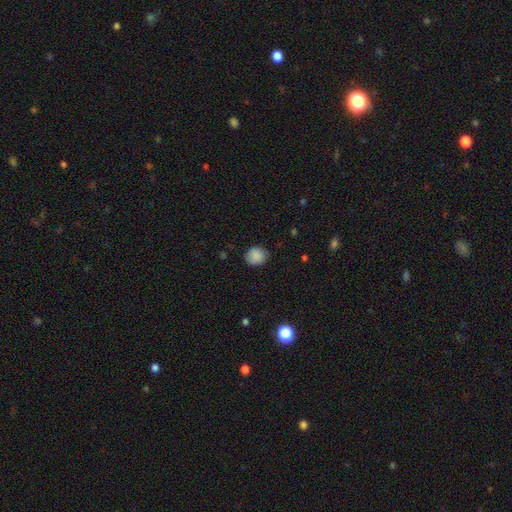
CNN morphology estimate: Q: Smooth or featured?
A: smooth (88%); runner-up: star or artifact (8%)
Q: How rounded?
A: round (77%); runner-up: in between (23%)
Q: Merging?
A: none (81%); runner-up: minor disturbance (15%)